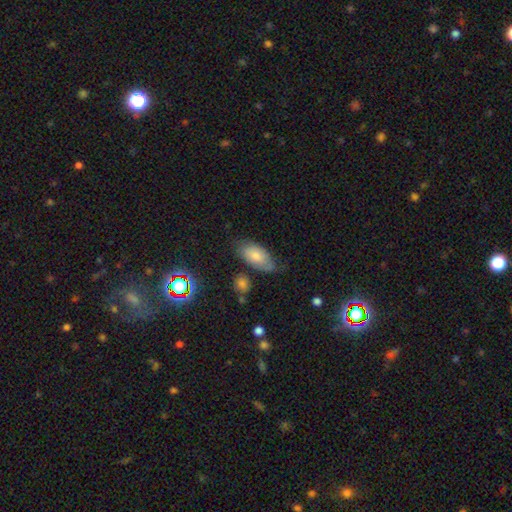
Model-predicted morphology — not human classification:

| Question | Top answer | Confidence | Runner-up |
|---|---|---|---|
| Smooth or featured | smooth | 75% | featured or disk (17%) |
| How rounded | in between | 91% | cigar-shaped (5%) |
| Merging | none | 61% | minor disturbance (27%) |